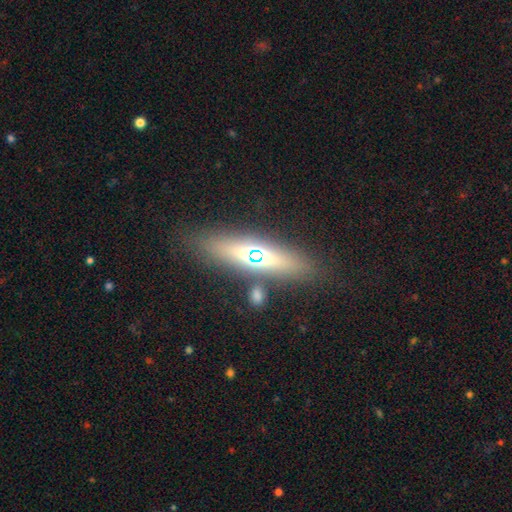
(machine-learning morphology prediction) Smooth or featured: smooth — 46% (featured or disk — 35%)
Merging: none — 81% (minor disturbance — 10%)